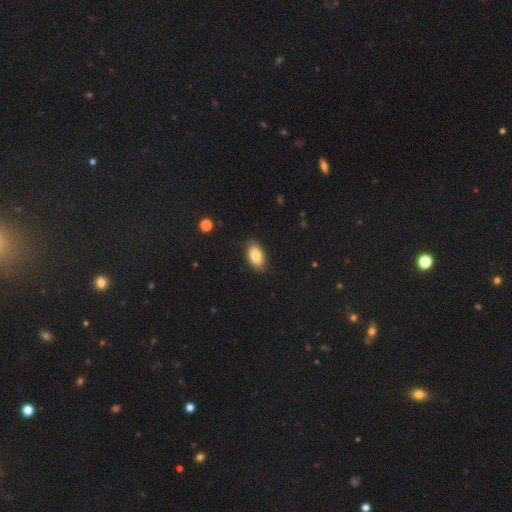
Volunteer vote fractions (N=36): A smooth galaxy with no disk features (89%) that is in between round and cigar-shaped (88%).

Vote fractions:
- Smooth or featured? smooth: 89% / featured or disk: 11% / star or artifact: 0%
- How rounded? in between: 88% / round: 12% / cigar-shaped: 0%
- Merging? none: 75% / minor disturbance: 19% / major disturbance: 6% / merger: 0%